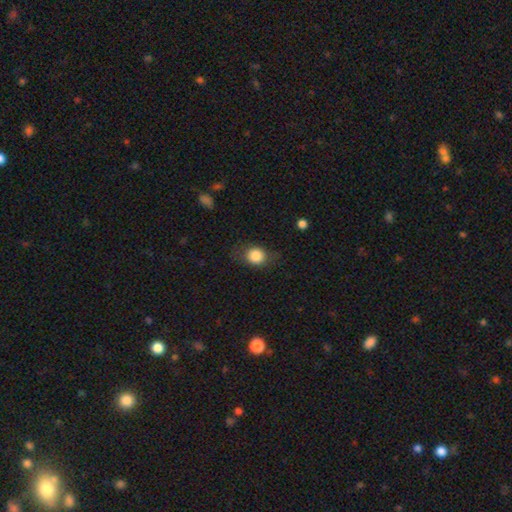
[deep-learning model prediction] A smooth galaxy with no disk features (82%) that is round (66%).

Vote fractions:
- Smooth or featured? smooth: 82% / featured or disk: 9% / star or artifact: 9%
- How rounded? round: 66% / in between: 33% / cigar-shaped: 1%
- Merging? none: 72% / minor disturbance: 18% / major disturbance: 8% / merger: 1%